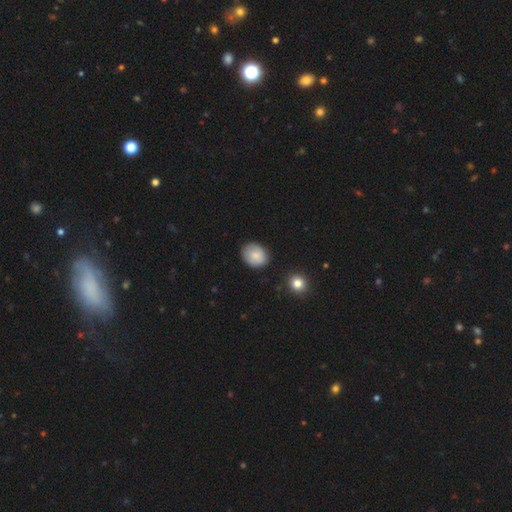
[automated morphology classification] type=smooth (83%); roundness=in between (50%); merging=none (81%).